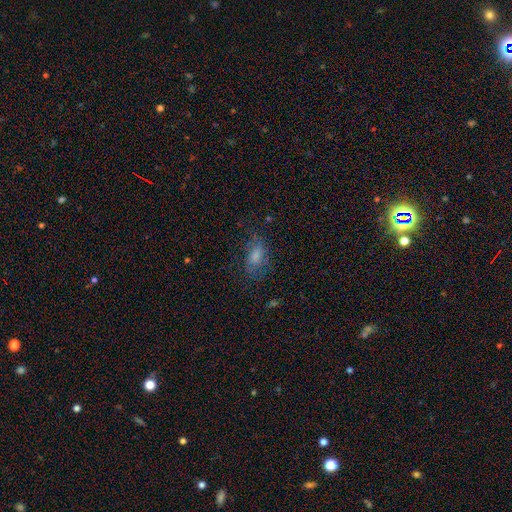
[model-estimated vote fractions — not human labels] Smooth or featured? smooth (47%)
Merging? none (63%)